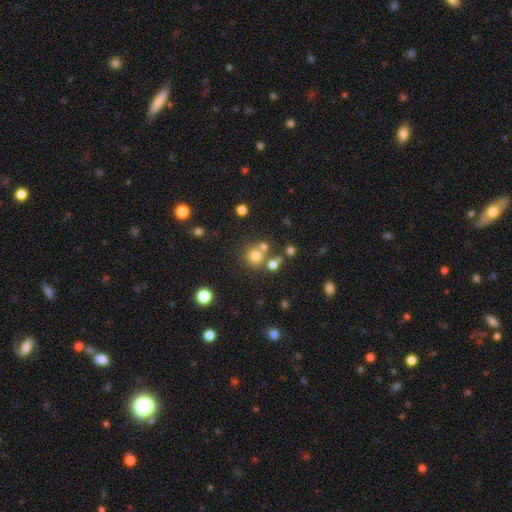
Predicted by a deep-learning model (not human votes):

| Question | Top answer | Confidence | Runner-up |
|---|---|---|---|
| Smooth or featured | smooth | 74% | star or artifact (17%) |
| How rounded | round | 91% | in between (8%) |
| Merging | none | 67% | merger (20%) |